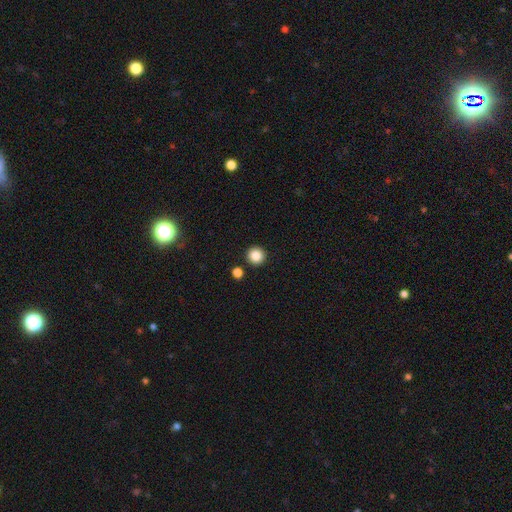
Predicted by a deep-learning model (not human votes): A smooth galaxy with no disk features (86%) that is round (95%).

Vote fractions:
- Smooth or featured? smooth: 86% / star or artifact: 10% / featured or disk: 4%
- How rounded? round: 95% / in between: 4% / cigar-shaped: 1%
- Merging? none: 90% / minor disturbance: 5% / merger: 3% / major disturbance: 2%